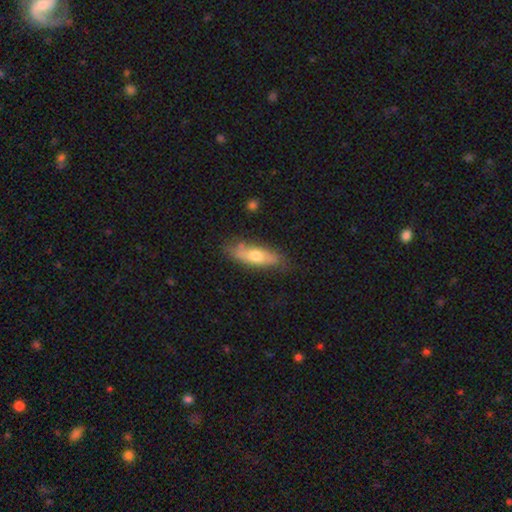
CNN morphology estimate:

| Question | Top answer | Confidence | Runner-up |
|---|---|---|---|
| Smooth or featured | smooth | 60% | featured or disk (34%) |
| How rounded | in between | 50% | cigar-shaped (47%) |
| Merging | none | 73% | minor disturbance (20%) |